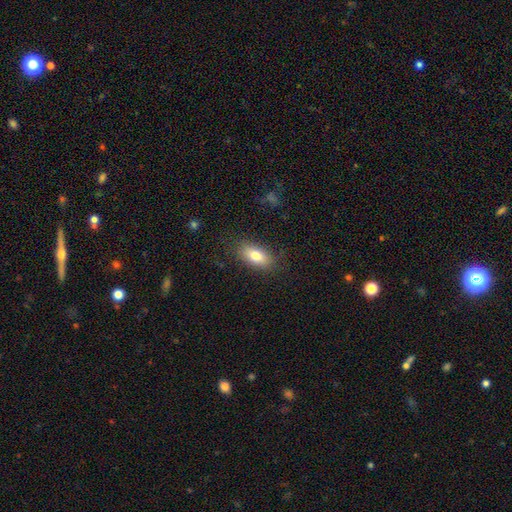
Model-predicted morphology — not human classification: The model was most divided on "smooth or featured": smooth: 78%, featured or disk: 14%, star or artifact: 8%. More confident: how rounded — in between (87%); merging — none (84%).